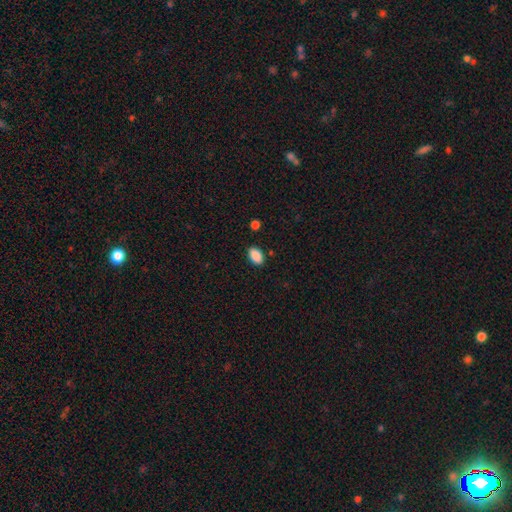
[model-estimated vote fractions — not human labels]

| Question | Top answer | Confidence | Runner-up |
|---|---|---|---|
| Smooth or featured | smooth | 89% | star or artifact (8%) |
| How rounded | in between | 91% | round (8%) |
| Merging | none | 86% | minor disturbance (10%) |